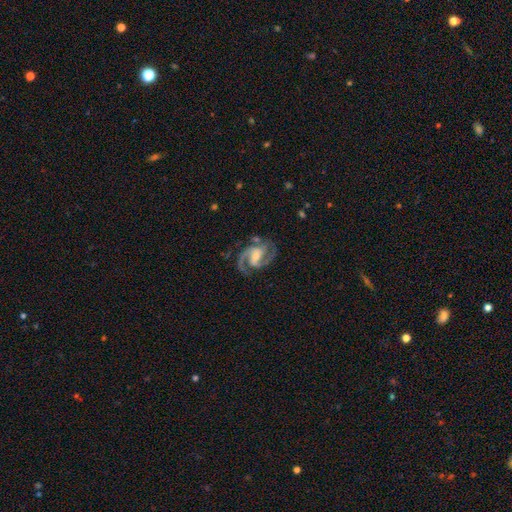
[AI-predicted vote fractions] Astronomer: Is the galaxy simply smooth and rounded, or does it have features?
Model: featured or disk — 91%.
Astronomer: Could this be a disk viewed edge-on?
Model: no — 98%.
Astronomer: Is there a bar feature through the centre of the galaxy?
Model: weak — 45% (runner-up: strong, 32%).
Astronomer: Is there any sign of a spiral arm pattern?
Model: yes — 98%.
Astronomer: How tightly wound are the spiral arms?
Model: medium — 61%.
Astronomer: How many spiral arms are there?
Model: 2 — 83%.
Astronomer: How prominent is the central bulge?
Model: small — 48% (runner-up: moderate, 45%).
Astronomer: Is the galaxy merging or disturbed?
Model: none — 73%.